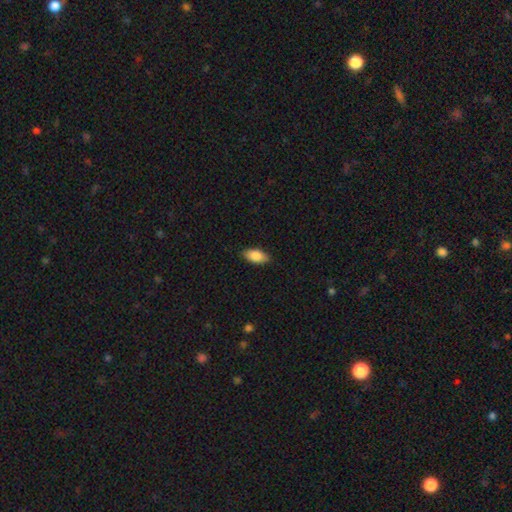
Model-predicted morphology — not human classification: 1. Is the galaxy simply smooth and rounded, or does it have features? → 85% smooth, 9% featured or disk, 6% star or artifact.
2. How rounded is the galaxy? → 91% in between, 7% cigar-shaped, 3% round.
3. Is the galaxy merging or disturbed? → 88% none, 9% minor disturbance, 2% major disturbance, 1% merger.